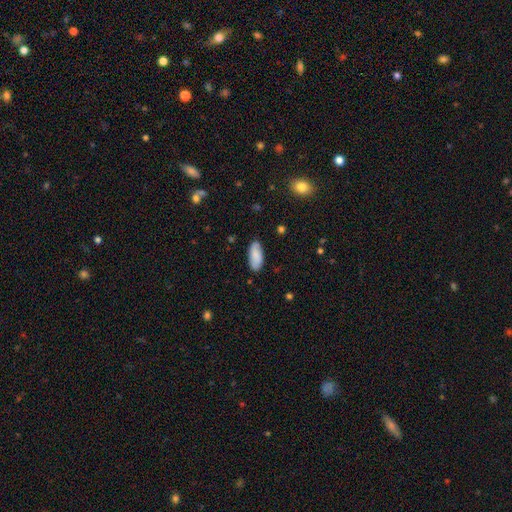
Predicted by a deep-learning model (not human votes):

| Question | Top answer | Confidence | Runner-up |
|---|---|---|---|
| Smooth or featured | smooth | 82% | featured or disk (12%) |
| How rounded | in between | 86% | cigar-shaped (12%) |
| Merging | none | 84% | minor disturbance (13%) |